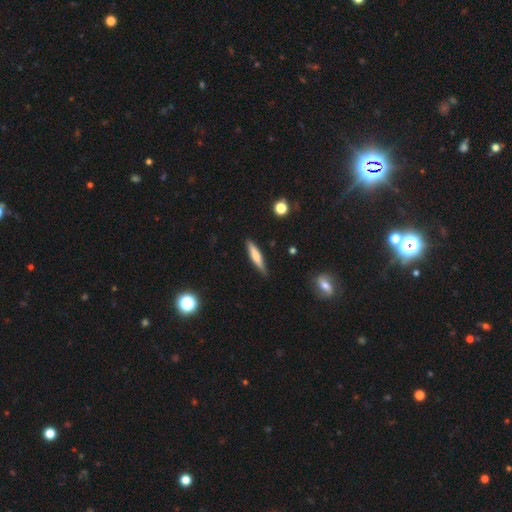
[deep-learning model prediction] Smooth or featured?
  - smooth: 61% *
  - featured or disk: 33%
  - star or artifact: 6%
How rounded?
  - cigar-shaped: 86% *
  - in between: 12%
  - round: 2%
Merging?
  - none: 84% *
  - minor disturbance: 12%
  - major disturbance: 2%
  - merger: 1%